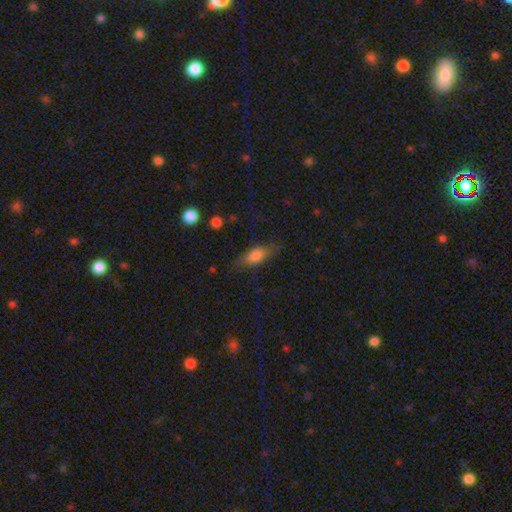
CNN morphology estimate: Smooth or featured?
  - smooth: 69% *
  - featured or disk: 21%
  - star or artifact: 9%
How rounded?
  - in between: 72% *
  - cigar-shaped: 23%
  - round: 5%
Merging?
  - none: 65% *
  - minor disturbance: 22%
  - major disturbance: 11%
  - merger: 2%